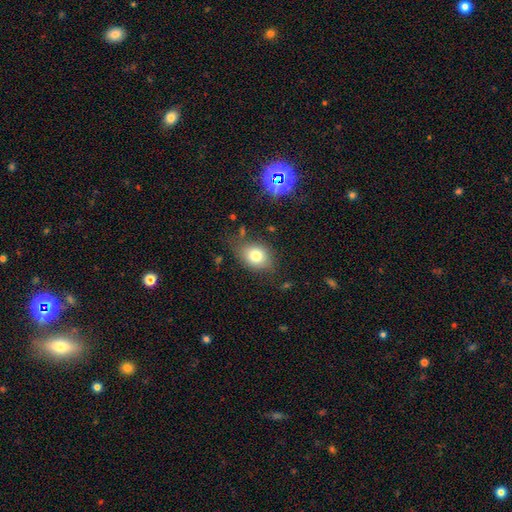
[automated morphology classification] The model was most divided on "how rounded": in between: 62%, round: 37%, cigar-shaped: 1%. More confident: smooth or featured — smooth (76%); merging — none (71%).